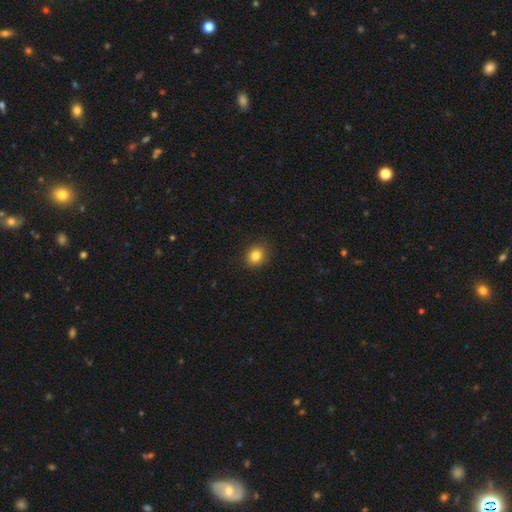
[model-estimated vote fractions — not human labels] Q: Smooth or featured?
A: smooth (82%); runner-up: star or artifact (11%)
Q: How rounded?
A: round (72%); runner-up: in between (27%)
Q: Merging?
A: none (90%); runner-up: minor disturbance (7%)